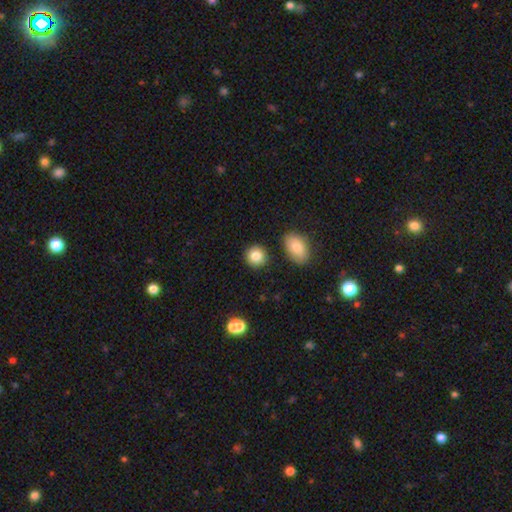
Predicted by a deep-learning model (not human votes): This is clearly a smooth galaxy (84%). How rounded: clearly round (86%). Merging: clearly none (85%).